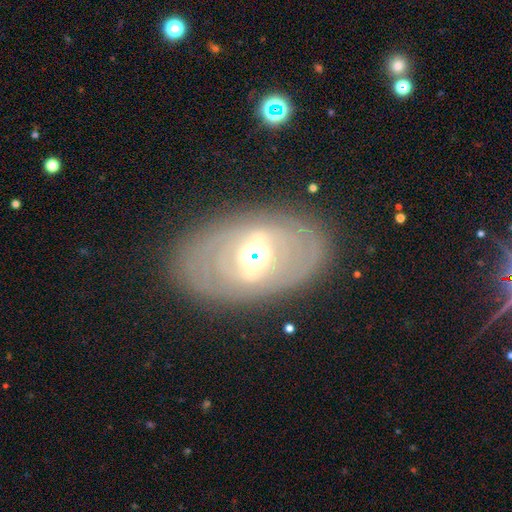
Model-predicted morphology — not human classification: This appears to be a featured or disk galaxy (70%) with no bar (41%), no spiral arms (55%) and a moderate central bulge (57%). Merging: none (78%).